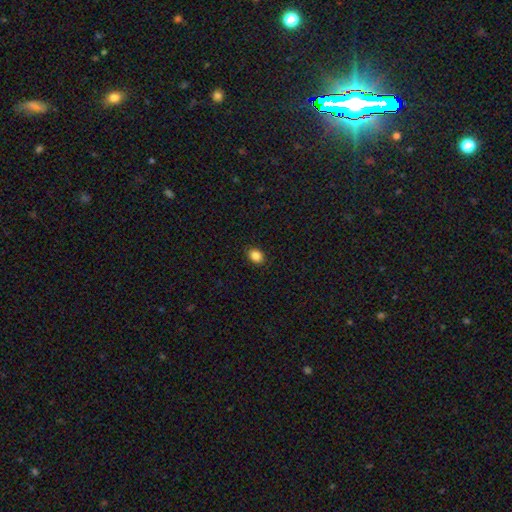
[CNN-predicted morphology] smooth_or_featured: smooth (p=0.87) [alt: star or artifact p=0.09]
how_rounded: in between (p=0.62) [alt: round p=0.37]
merging: none (p=0.89) [alt: minor disturbance p=0.08]